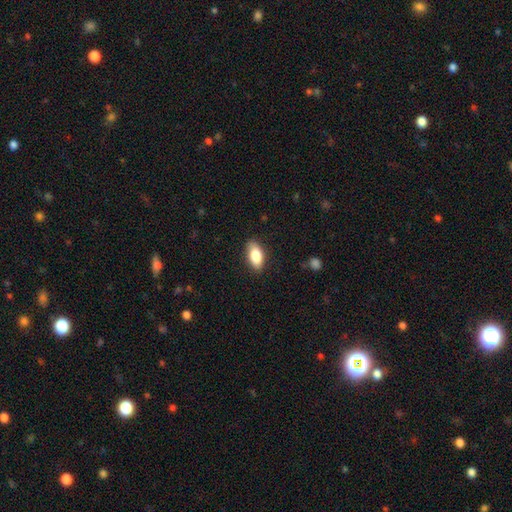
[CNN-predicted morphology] smooth 83%, featured or disk 10%, star or artifact 7%. Down the decision tree: how rounded — in between (89%); merging — none (86%).